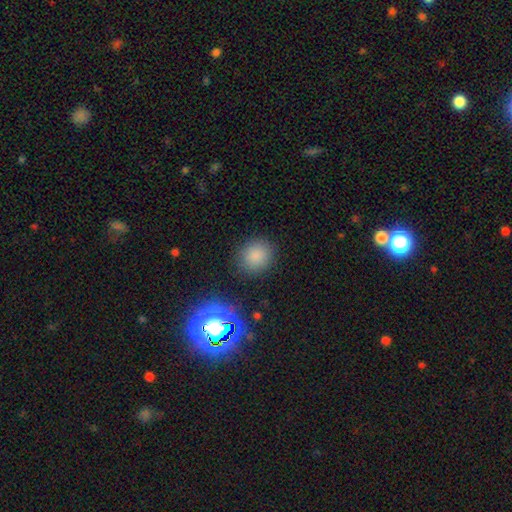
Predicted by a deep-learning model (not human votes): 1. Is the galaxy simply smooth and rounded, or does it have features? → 82% smooth, 13% star or artifact, 5% featured or disk.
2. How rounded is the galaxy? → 83% round, 16% in between, 1% cigar-shaped.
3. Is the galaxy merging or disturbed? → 87% none, 8% minor disturbance, 3% major disturbance, 2% merger.